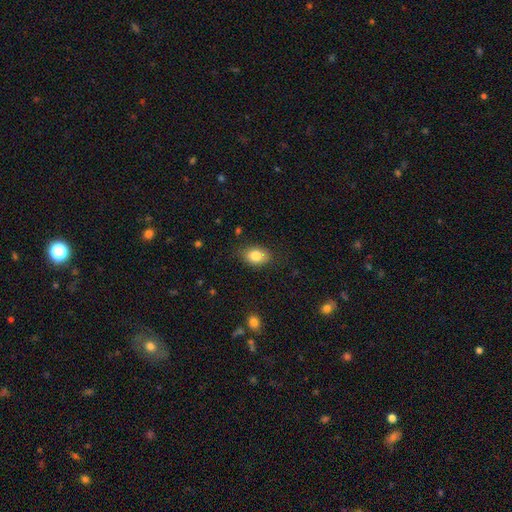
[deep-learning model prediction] smooth_or_featured: smooth (p=0.83) [alt: featured or disk p=0.09]
how_rounded: in between (p=0.79) [alt: round p=0.20]
merging: none (p=0.81) [alt: minor disturbance p=0.15]